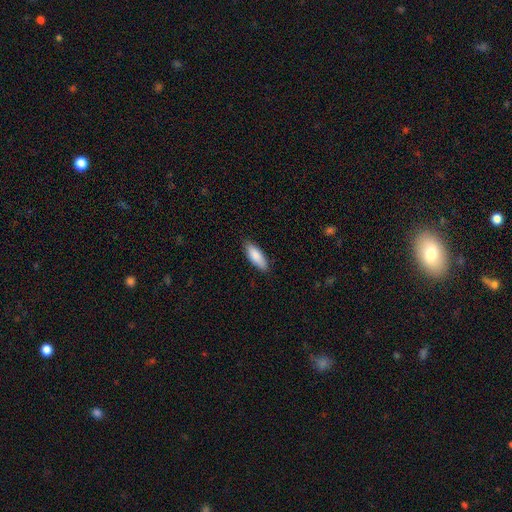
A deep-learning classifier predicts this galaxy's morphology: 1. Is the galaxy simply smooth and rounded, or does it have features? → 87% smooth, 8% featured or disk, 6% star or artifact.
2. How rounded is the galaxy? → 65% in between, 34% cigar-shaped, 2% round.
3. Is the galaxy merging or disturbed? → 86% none, 11% minor disturbance, 2% major disturbance, 1% merger.